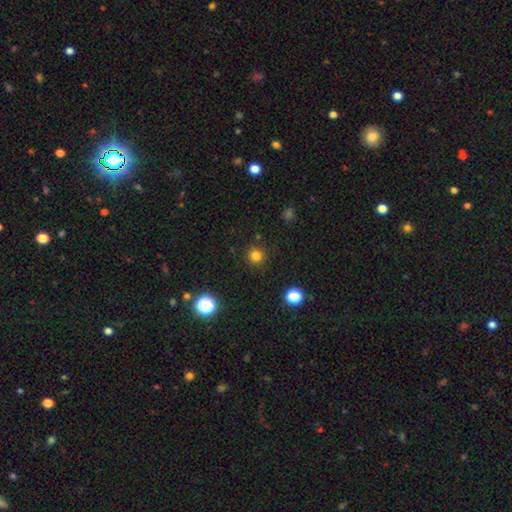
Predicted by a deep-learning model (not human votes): A smooth galaxy with no disk features (79%) that is round (94%).

Vote fractions:
- Smooth or featured? smooth: 79% / star or artifact: 16% / featured or disk: 5%
- How rounded? round: 94% / in between: 5% / cigar-shaped: 1%
- Merging? none: 90% / minor disturbance: 6% / major disturbance: 2% / merger: 2%